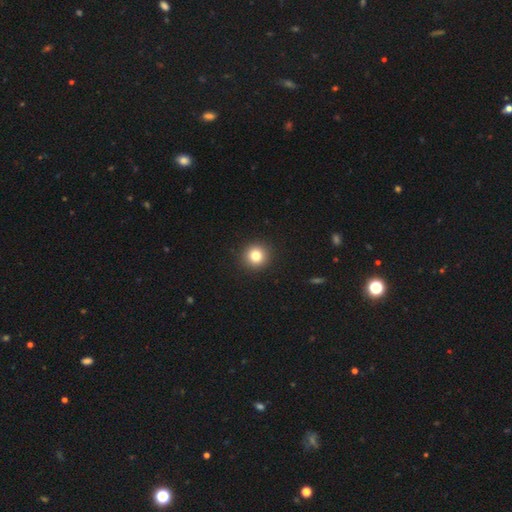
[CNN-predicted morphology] smooth-or-featured: smooth: 82% | star or artifact: 11% | featured or disk: 7%
  how-rounded: round: 94% | in between: 6% | cigar-shaped: 1%
  merging: none: 93% | minor disturbance: 4% | major disturbance: 2% | merger: 1%